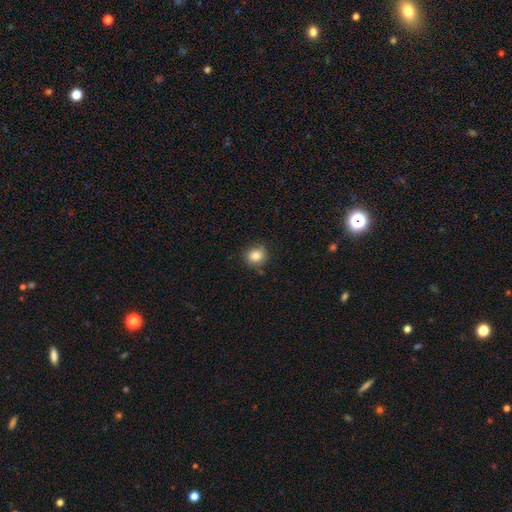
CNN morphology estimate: A smooth galaxy with no disk features (83%) that is round (77%).

Vote fractions:
- Smooth or featured? smooth: 83% / star or artifact: 10% / featured or disk: 7%
- How rounded? round: 77% / in between: 22% / cigar-shaped: 1%
- Merging? none: 84% / minor disturbance: 12% / major disturbance: 3% / merger: 2%